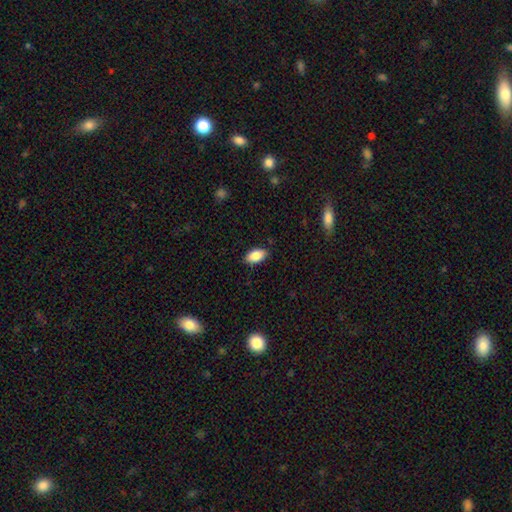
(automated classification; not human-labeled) Morphology: type=smooth (87%); roundness=in between (93%); merging=none (87%).